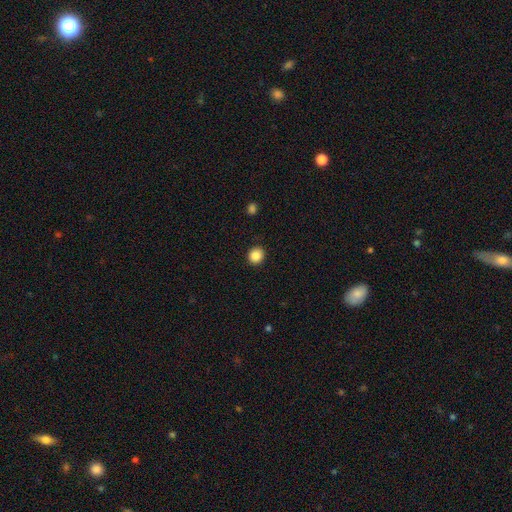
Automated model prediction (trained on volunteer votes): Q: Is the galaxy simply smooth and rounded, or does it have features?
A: smooth — 87%.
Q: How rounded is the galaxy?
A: round — 87%.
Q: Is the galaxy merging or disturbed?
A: none — 92%.